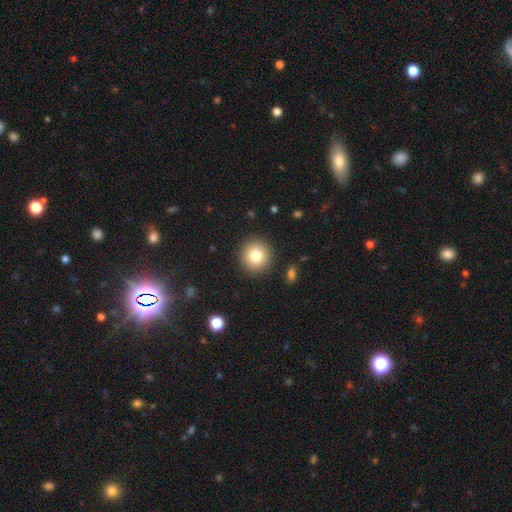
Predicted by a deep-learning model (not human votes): A smooth galaxy with no disk features (80%) that is round (93%). Merging: none (90%).